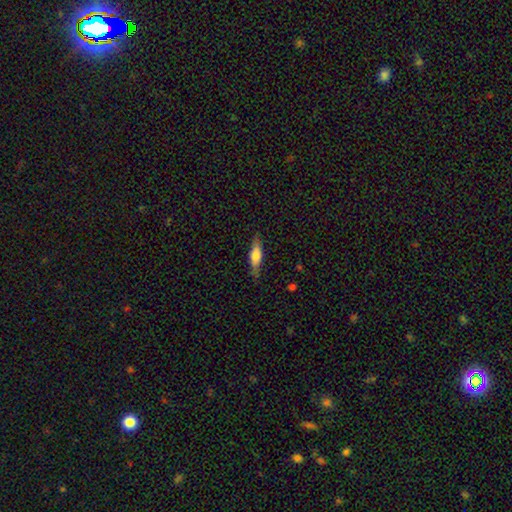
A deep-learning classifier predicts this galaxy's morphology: type=smooth (60%); roundness=cigar-shaped (61%); merging=none (81%).